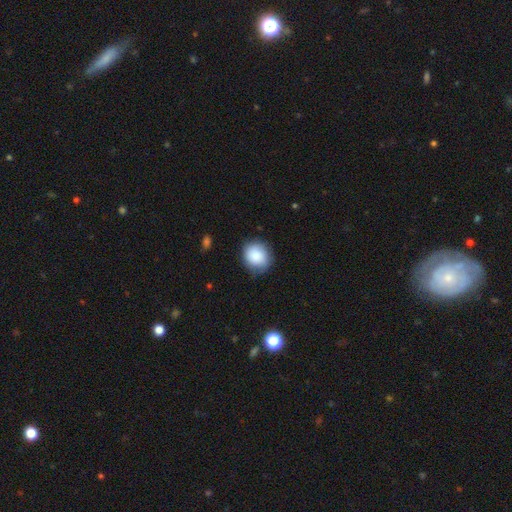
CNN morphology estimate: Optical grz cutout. It shows a smooth galaxy with no disk features (85%) that is round (81%). Merging: none (75%).